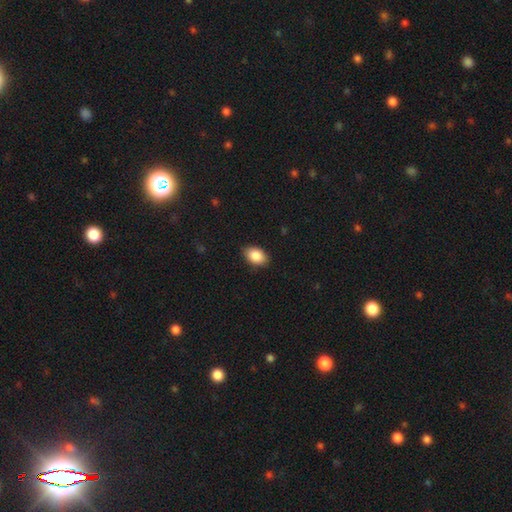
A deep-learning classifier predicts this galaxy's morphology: Smooth or featured: smooth — 88% (star or artifact — 7%)
How rounded: in between — 88% (round — 11%)
Merging: none — 87% (minor disturbance — 10%)